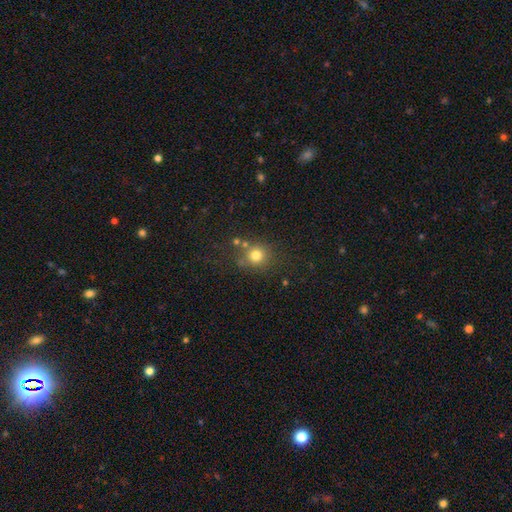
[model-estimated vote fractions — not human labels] smooth-or-featured: smooth: 77% | star or artifact: 15% | featured or disk: 8%
  how-rounded: round: 90% | in between: 9% | cigar-shaped: 1%
  merging: none: 73% | merger: 11% | minor disturbance: 11% | major disturbance: 5%